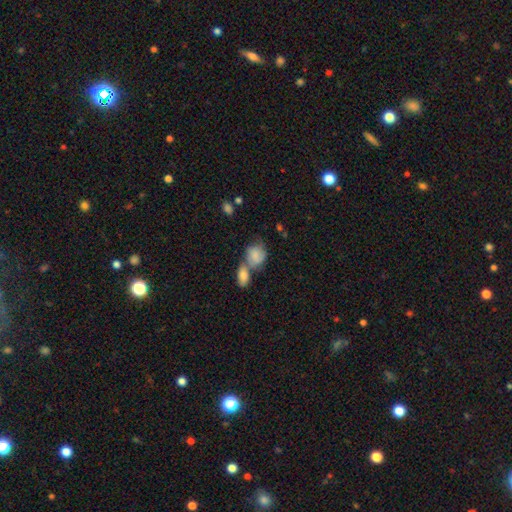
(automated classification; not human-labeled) A smooth galaxy with no disk features (75%) that is in between round and cigar-shaped (54%).

Vote fractions:
- Smooth or featured? smooth: 75% / featured or disk: 18% / star or artifact: 7%
- How rounded? in between: 54% / round: 44% / cigar-shaped: 2%
- Merging? merger: 56% / none: 25% / minor disturbance: 12% / major disturbance: 6%